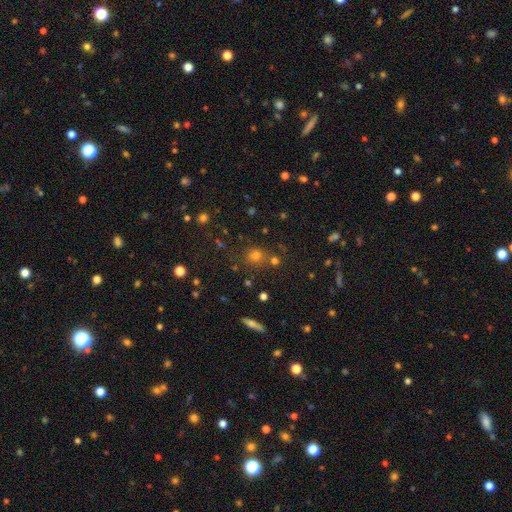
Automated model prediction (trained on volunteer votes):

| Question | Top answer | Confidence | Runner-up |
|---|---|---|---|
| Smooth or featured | smooth | 63% | star or artifact (28%) |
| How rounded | round | 86% | in between (13%) |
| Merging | none | 76% | merger (11%) |